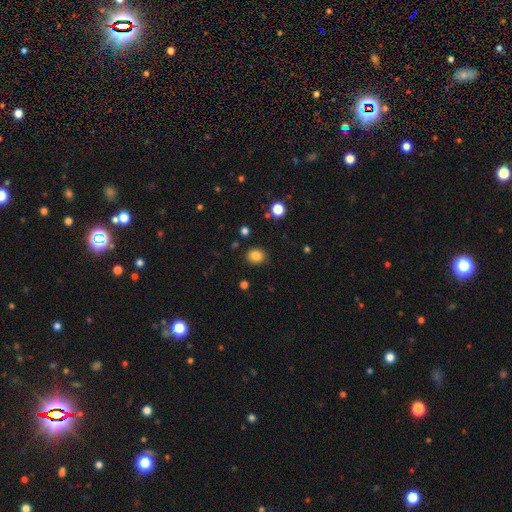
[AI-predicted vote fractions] smooth 83%, star or artifact 12%, featured or disk 5%. Down the decision tree: how rounded — round (71%); merging — none (88%).